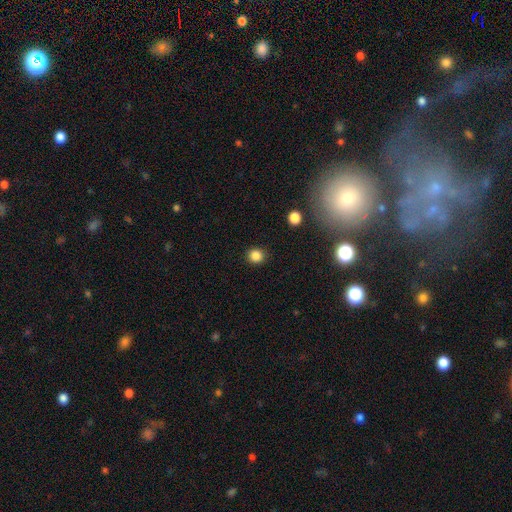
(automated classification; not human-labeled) smooth 85%, star or artifact 11%, featured or disk 4%. Down the decision tree: how rounded — round (86%); merging — none (90%).